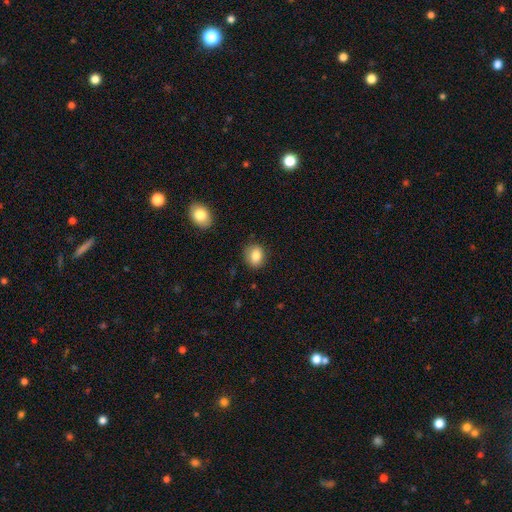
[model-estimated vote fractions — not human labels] A smooth galaxy with no disk features (85%) that is round (59%).

Vote fractions:
- Smooth or featured? smooth: 85% / star or artifact: 9% / featured or disk: 6%
- How rounded? round: 59% / in between: 40% / cigar-shaped: 1%
- Merging? none: 84% / minor disturbance: 12% / major disturbance: 3% / merger: 1%